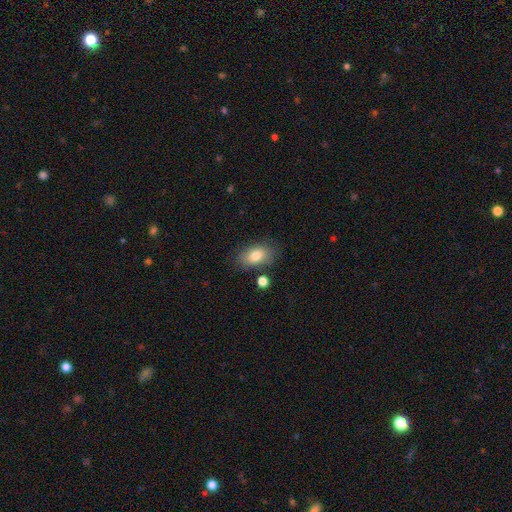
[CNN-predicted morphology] This is likely a smooth galaxy (80%). How rounded: clearly in between (89%). Merging: likely none (79%).